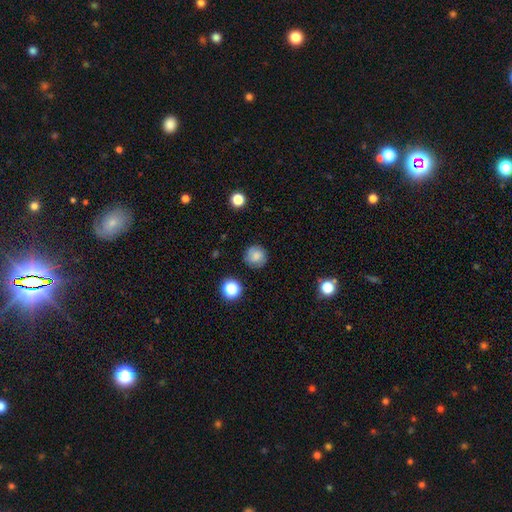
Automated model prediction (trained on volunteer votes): Overall: smooth (74%). How rounded: round (93%). Merging: none (84%).